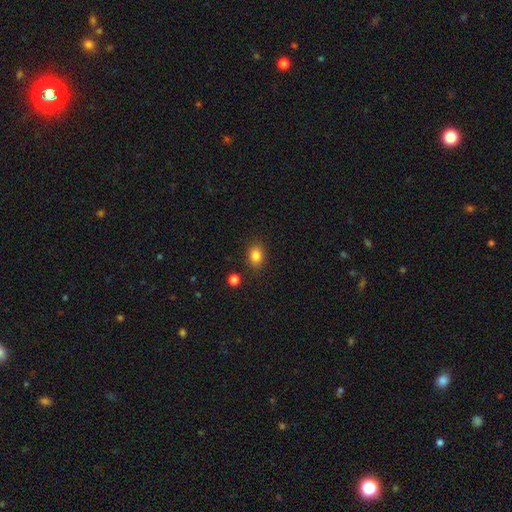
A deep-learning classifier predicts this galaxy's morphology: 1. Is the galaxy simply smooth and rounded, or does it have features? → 84% smooth, 11% star or artifact, 5% featured or disk.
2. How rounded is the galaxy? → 61% in between, 37% round, 1% cigar-shaped.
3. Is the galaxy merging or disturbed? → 85% none, 10% minor disturbance, 3% merger, 3% major disturbance.